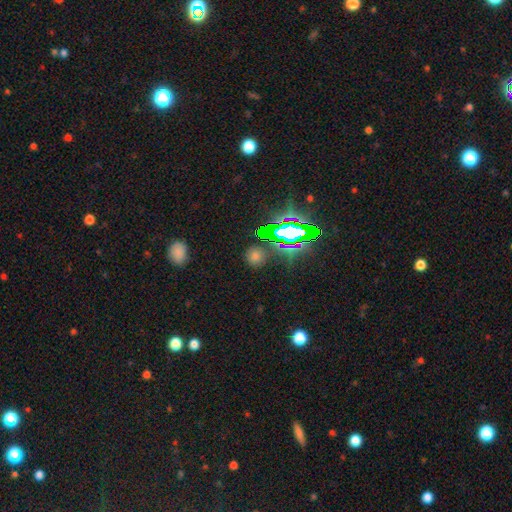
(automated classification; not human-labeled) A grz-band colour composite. It shows a star or artifact, not a galaxy (51%).